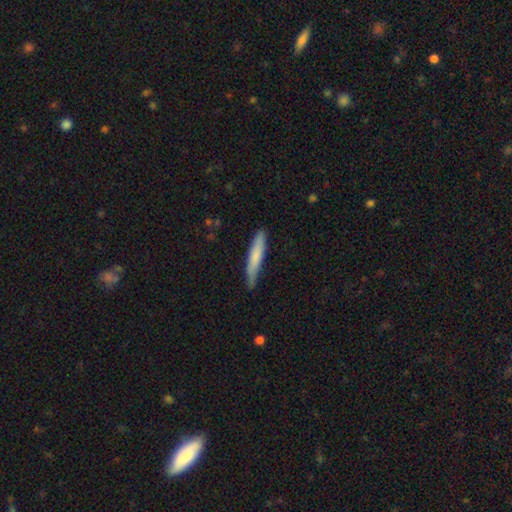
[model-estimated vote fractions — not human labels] Morphology: type=smooth (73%); roundness=cigar-shaped (92%); merging=none (78%).